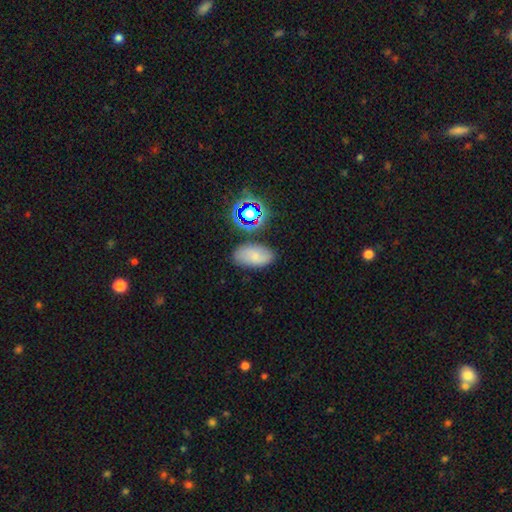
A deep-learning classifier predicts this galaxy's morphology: This appears to be a smooth galaxy with no disk features (65%) that is in between round and cigar-shaped (92%). Merging: none (79%).